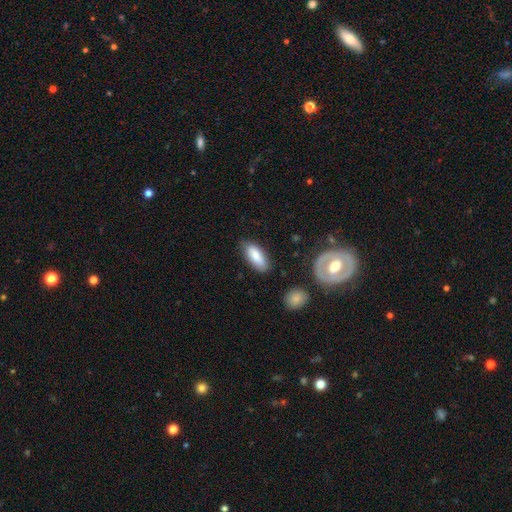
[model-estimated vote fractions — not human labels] Smooth or featured?
  - smooth: 82% *
  - featured or disk: 11%
  - star or artifact: 6%
How rounded?
  - in between: 80% *
  - cigar-shaped: 18%
  - round: 2%
Merging?
  - none: 77% *
  - minor disturbance: 17%
  - major disturbance: 4%
  - merger: 3%